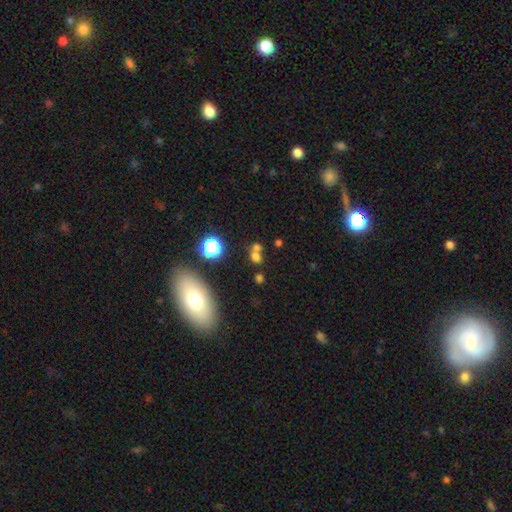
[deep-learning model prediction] smooth_or_featured: smooth (p=0.65) [alt: star or artifact p=0.23]
how_rounded: round (p=0.69) [alt: in between p=0.29]
merging: none (p=0.44) [alt: merger p=0.43]